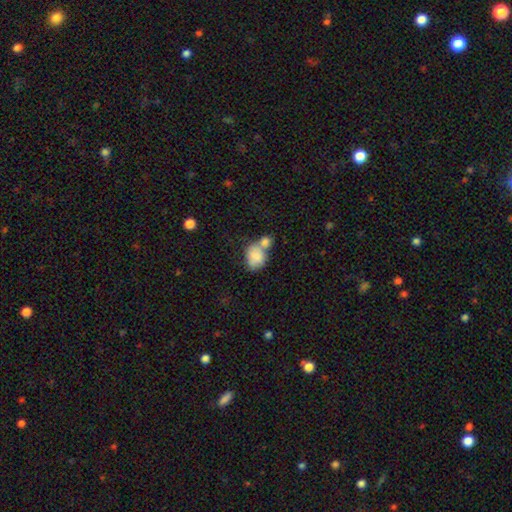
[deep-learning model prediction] Smooth or featured? smooth (81%)
How rounded? in between (63%)
Merging? merger (58%)